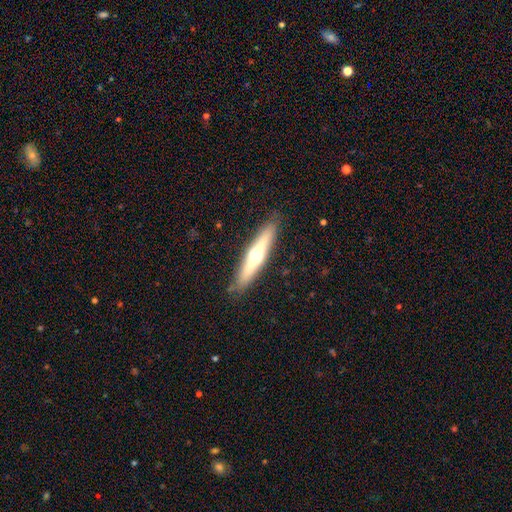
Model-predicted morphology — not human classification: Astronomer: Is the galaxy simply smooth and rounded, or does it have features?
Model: featured or disk — 55% (runner-up: smooth, 40%).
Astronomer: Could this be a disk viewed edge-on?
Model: yes — 94%.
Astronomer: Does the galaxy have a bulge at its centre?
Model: rounded — 89%.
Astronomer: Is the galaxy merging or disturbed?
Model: none — 88%.